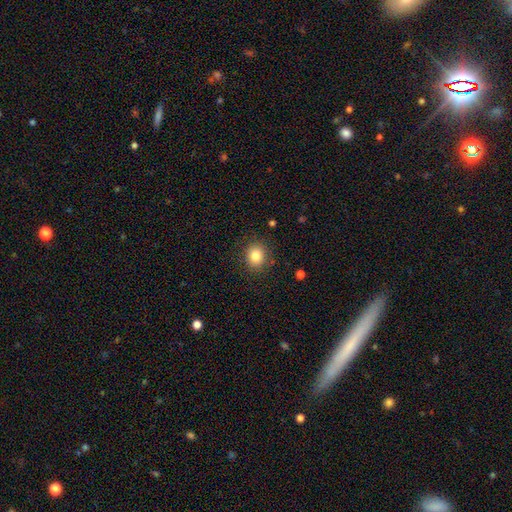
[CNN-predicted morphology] smooth_or_featured: smooth (p=0.83) [alt: star or artifact p=0.10]
how_rounded: round (p=0.77) [alt: in between p=0.23]
merging: none (p=0.87) [alt: minor disturbance p=0.09]